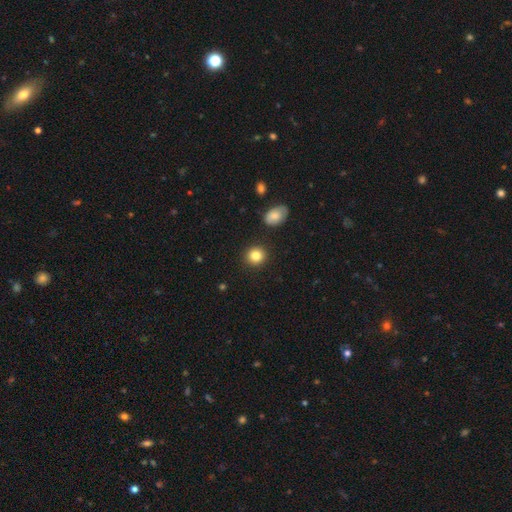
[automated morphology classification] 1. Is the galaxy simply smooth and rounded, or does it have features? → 83% smooth, 10% star or artifact, 6% featured or disk.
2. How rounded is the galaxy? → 88% round, 11% in between, 1% cigar-shaped.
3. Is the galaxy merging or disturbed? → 89% none, 6% minor disturbance, 2% merger, 2% major disturbance.